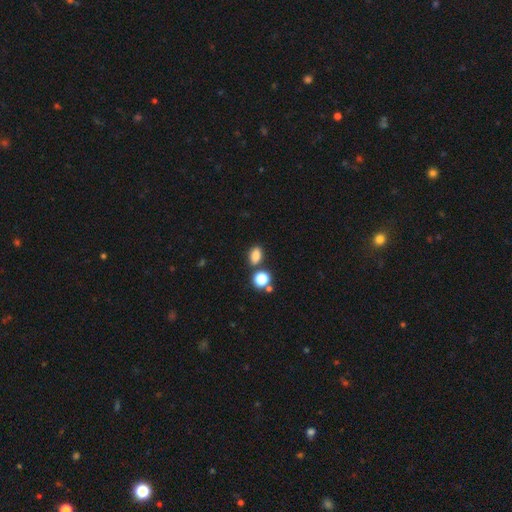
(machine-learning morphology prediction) type=smooth (81%); roundness=in between (77%); merging=none (75%).